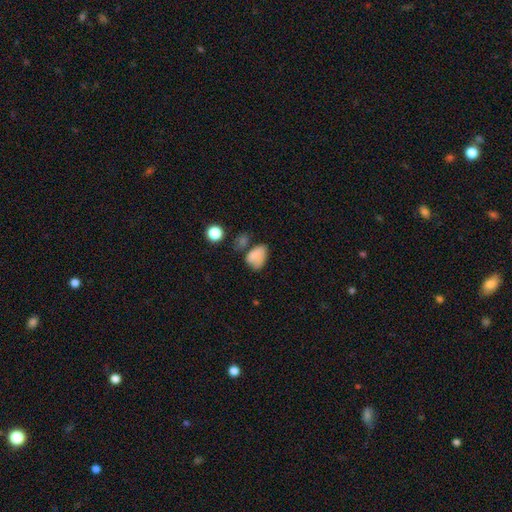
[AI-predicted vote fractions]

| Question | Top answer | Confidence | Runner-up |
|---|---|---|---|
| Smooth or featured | smooth | 78% | star or artifact (11%) |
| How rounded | in between | 82% | round (16%) |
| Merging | none | 39% | minor disturbance (30%) |